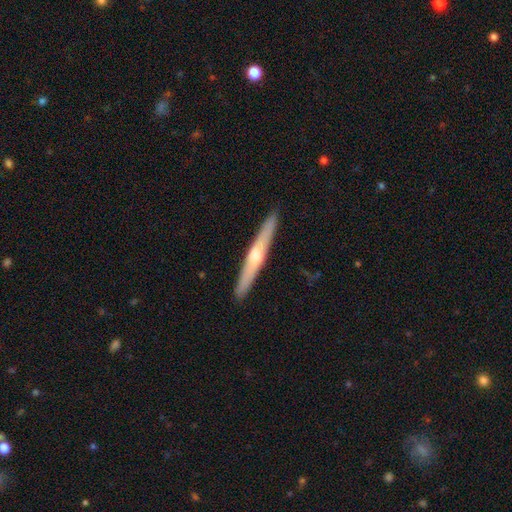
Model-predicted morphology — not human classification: smooth_or_featured: featured or disk (p=0.64) [alt: smooth p=0.31]
disk_edge_on: yes (p=0.96) [alt: no p=0.04]
edge_on_bulge: rounded (p=0.86) [alt: none p=0.11]
merging: none (p=0.92) [alt: minor disturbance p=0.06]